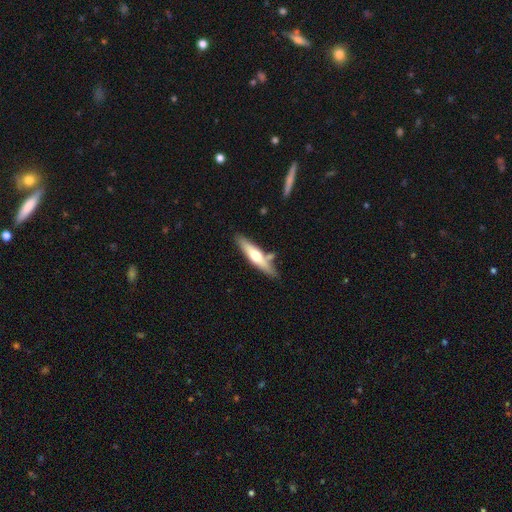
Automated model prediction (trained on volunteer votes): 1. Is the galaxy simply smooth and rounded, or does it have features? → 48% featured or disk, 47% smooth, 5% star or artifact.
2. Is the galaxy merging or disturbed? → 74% none, 14% minor disturbance, 9% merger, 3% major disturbance.